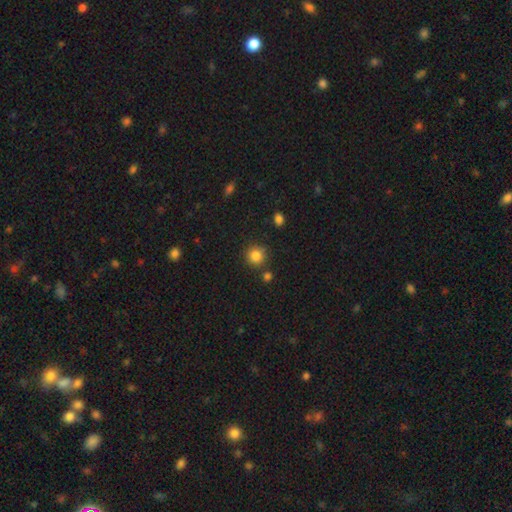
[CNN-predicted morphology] A smooth galaxy with no disk features (84%) that is round (93%).

Vote fractions:
- Smooth or featured? smooth: 84% / star or artifact: 11% / featured or disk: 5%
- How rounded? round: 93% / in between: 6% / cigar-shaped: 1%
- Merging? none: 82% / minor disturbance: 9% / merger: 6% / major disturbance: 3%